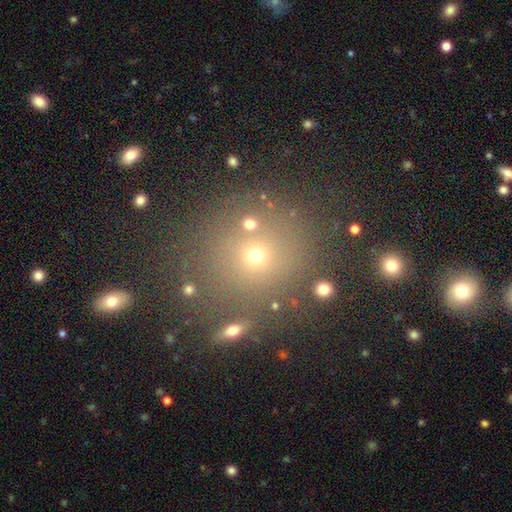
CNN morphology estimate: This is likely a smooth galaxy (63%). How rounded: clearly round (85%). Merging: likely none (75%).